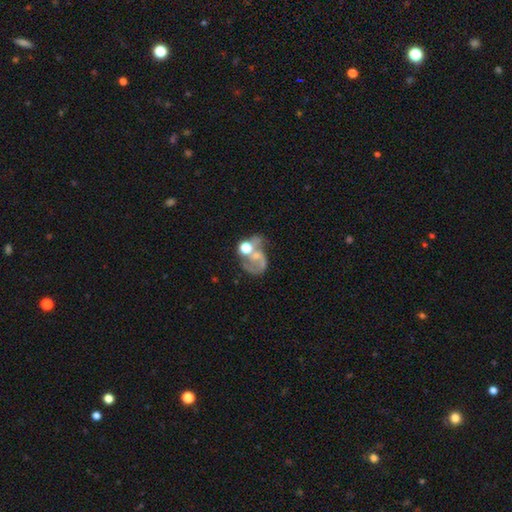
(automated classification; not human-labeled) Smooth or featured: featured or disk — 58% (smooth — 27%)
Edge-on disk: no — 98% (yes — 2%)
Bar: no — 70% (weak — 24%)
Spiral arms: yes — 68% (no — 32%)
Bulge size: moderate — 41% (small — 32%)
Merging: merger — 34% (major disturbance — 29%)